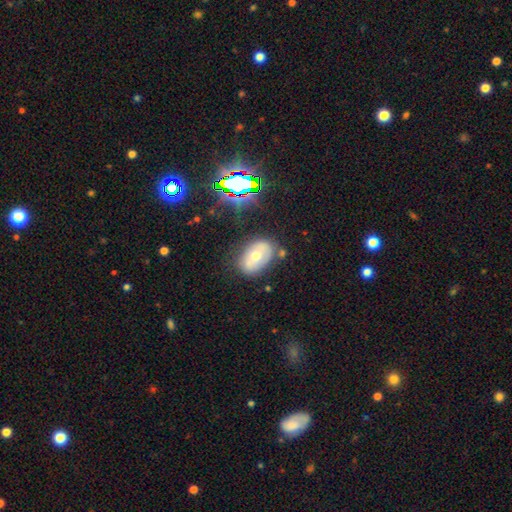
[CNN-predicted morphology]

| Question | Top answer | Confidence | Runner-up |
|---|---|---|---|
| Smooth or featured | smooth | 51% | featured or disk (38%) |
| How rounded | in between | 82% | round (17%) |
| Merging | none | 68% | minor disturbance (19%) |